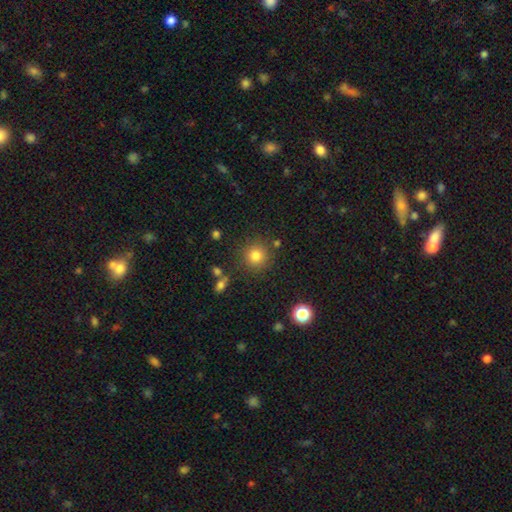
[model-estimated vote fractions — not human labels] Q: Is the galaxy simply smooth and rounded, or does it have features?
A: smooth — 80%.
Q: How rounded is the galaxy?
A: round — 93%.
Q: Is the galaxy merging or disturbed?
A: none — 84%.